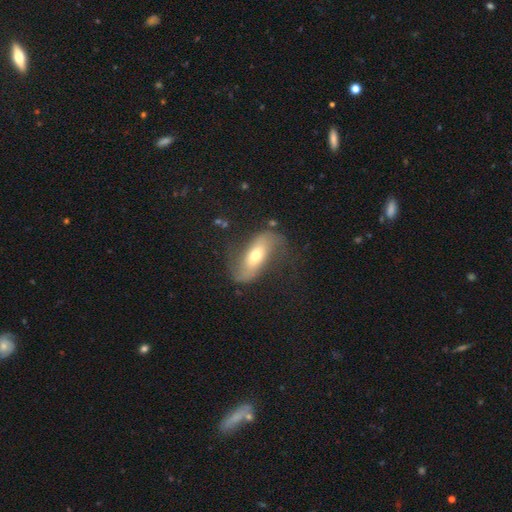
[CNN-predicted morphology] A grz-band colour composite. It shows a featured or disk galaxy (70%) with no bar (44%), 2 (89%) loose (72%) spiral arms (86%) and a moderate central bulge (64%). Merging: none (64%).